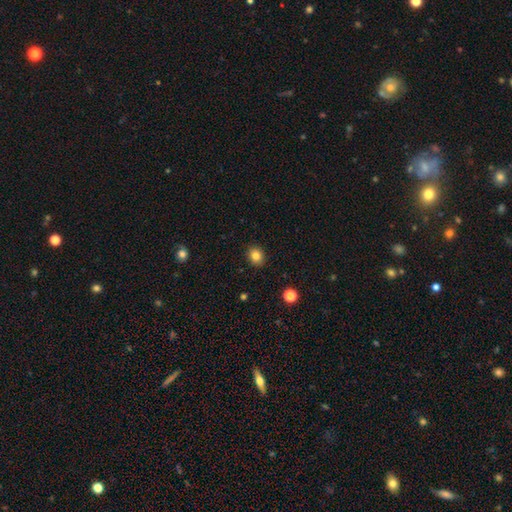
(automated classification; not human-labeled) Overall: smooth (83%). How rounded: round (65%; in between 34%). Merging: none (91%).